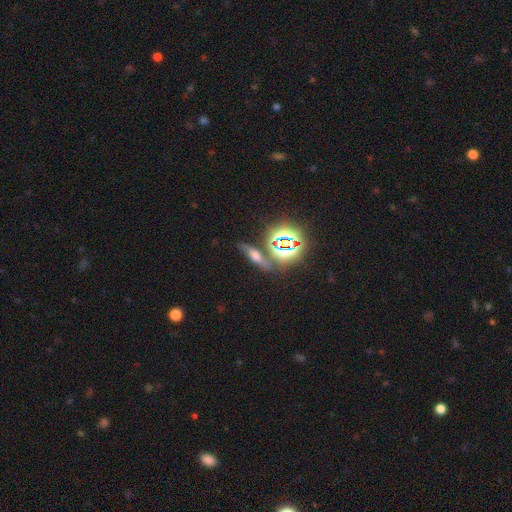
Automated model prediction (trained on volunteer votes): Smooth or featured? Predicted: smooth (p=0.36). Merging? Predicted: none (p=0.68).